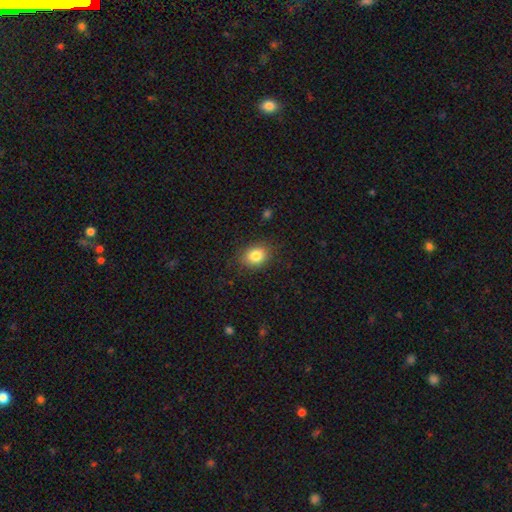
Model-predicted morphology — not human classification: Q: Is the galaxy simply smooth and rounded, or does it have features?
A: smooth — 83%.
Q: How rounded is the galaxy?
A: in between — 55%.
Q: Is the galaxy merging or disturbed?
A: none — 83%.